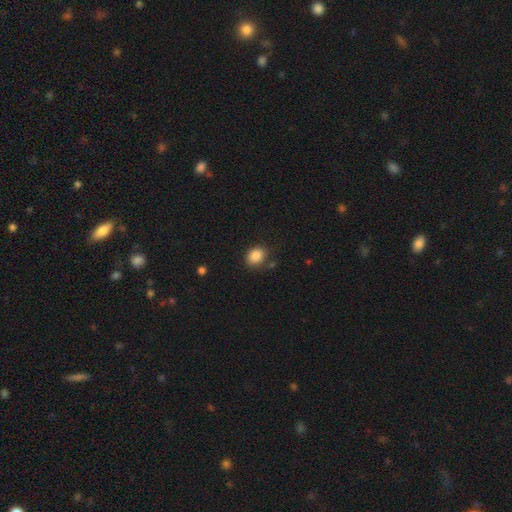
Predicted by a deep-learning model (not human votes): smooth-or-featured: smooth: 87% | star or artifact: 9% | featured or disk: 4%
  how-rounded: in between: 57% | round: 42% | cigar-shaped: 1%
  merging: none: 77% | minor disturbance: 15% | major disturbance: 4% | merger: 4%